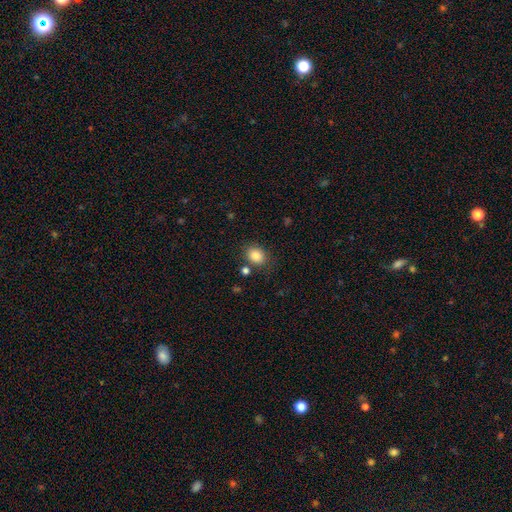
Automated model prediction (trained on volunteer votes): This appears to be a smooth galaxy with no disk features (86%) that is in between round and cigar-shaped (50%). Merging: none (78%).